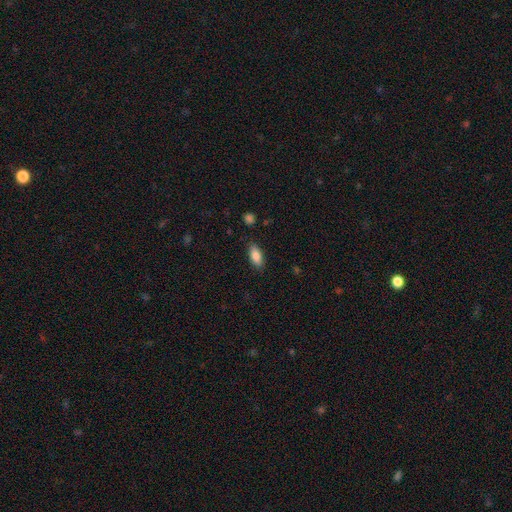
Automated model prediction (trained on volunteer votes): Smooth or featured? Predicted: smooth (p=0.86). How rounded? Predicted: in between (p=0.86). Merging? Predicted: none (p=0.84).